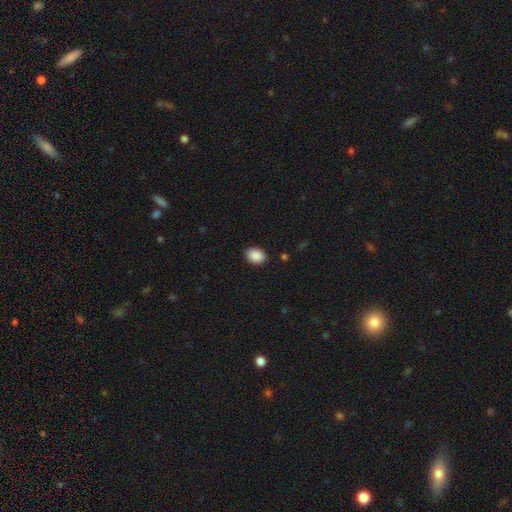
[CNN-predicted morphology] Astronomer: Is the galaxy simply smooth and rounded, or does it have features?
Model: smooth — 90%.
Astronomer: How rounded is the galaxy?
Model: in between — 68%.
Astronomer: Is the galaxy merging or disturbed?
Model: none — 88%.